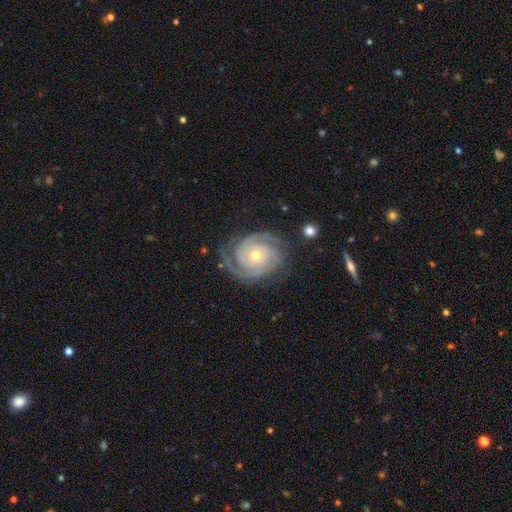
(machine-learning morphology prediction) type=featured or disk (91%); edge-on=no (98%); bar=no (78%); spiral arms=yes (98%); winding=tight (75%); arm count=2 (53%); bulge=small (56%); merging=none (77%).